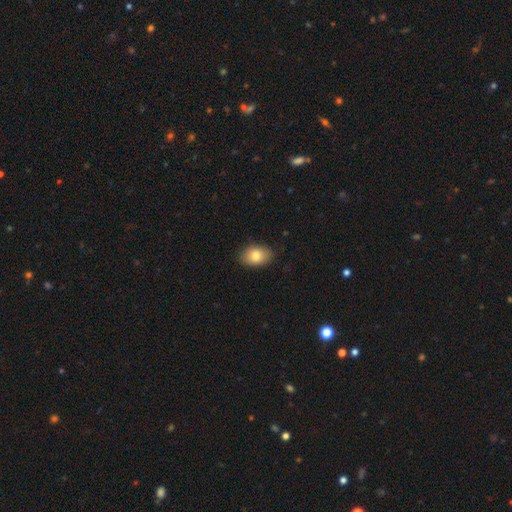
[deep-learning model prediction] Smooth or featured?
  - smooth: 82% *
  - featured or disk: 11%
  - star or artifact: 8%
How rounded?
  - in between: 84% *
  - round: 15%
  - cigar-shaped: 1%
Merging?
  - none: 85% *
  - minor disturbance: 11%
  - major disturbance: 2%
  - merger: 1%